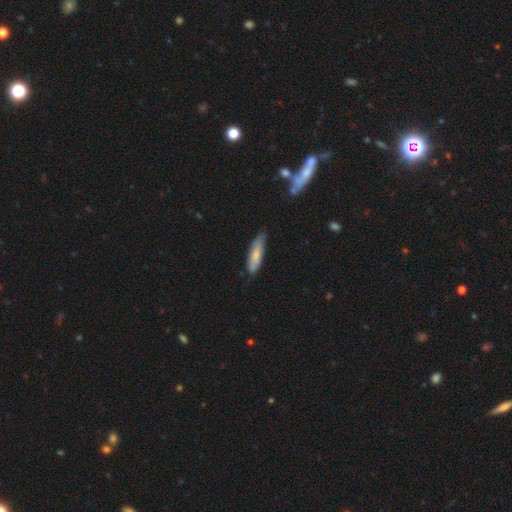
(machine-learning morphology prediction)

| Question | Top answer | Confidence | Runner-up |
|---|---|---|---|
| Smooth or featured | smooth | 71% | featured or disk (23%) |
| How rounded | cigar-shaped | 63% | in between (35%) |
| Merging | none | 69% | minor disturbance (25%) |